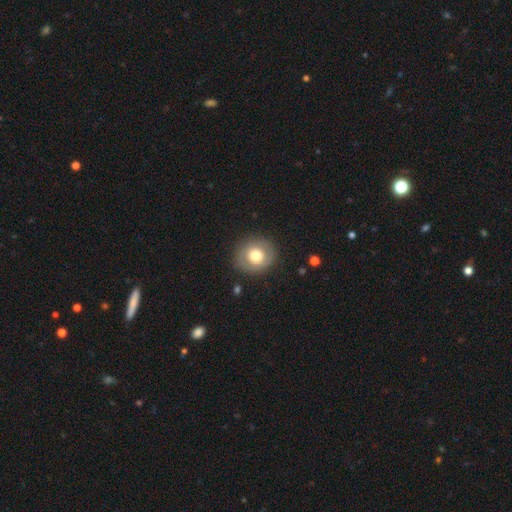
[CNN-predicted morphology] This appears to be a smooth galaxy with no disk features (60%) that is round (84%). Merging: none (84%).